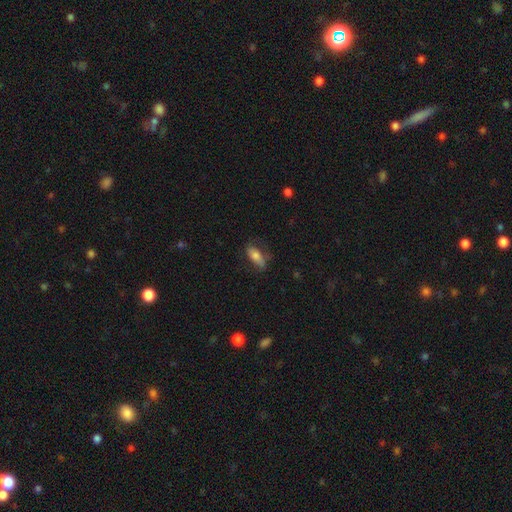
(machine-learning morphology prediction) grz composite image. It shows a smooth galaxy with no disk features (69%) that is in between round and cigar-shaped (78%). Merging: none (60%).